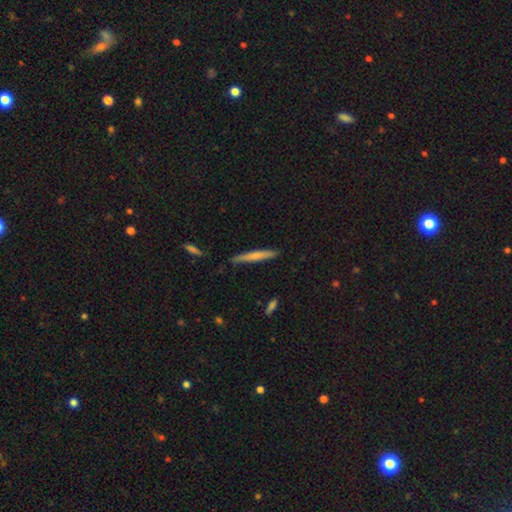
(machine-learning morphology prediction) Q: Smooth or featured?
A: smooth (63%); runner-up: featured or disk (31%)
Q: How rounded?
A: cigar-shaped (95%); runner-up: in between (3%)
Q: Merging?
A: none (84%); runner-up: minor disturbance (12%)